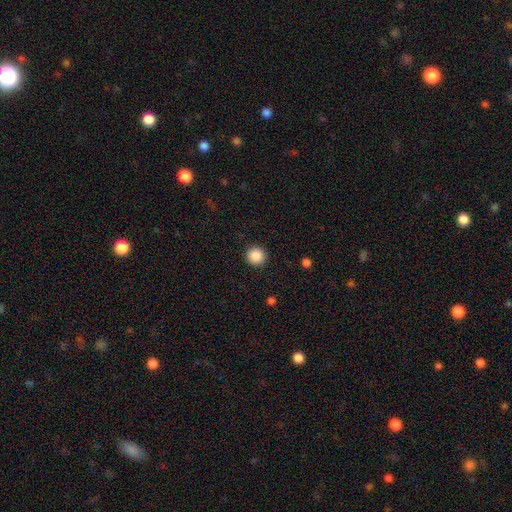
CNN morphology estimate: Smooth or featured: smooth — 88% (star or artifact — 9%)
How rounded: round — 96% (in between — 3%)
Merging: none — 93% (minor disturbance — 5%)